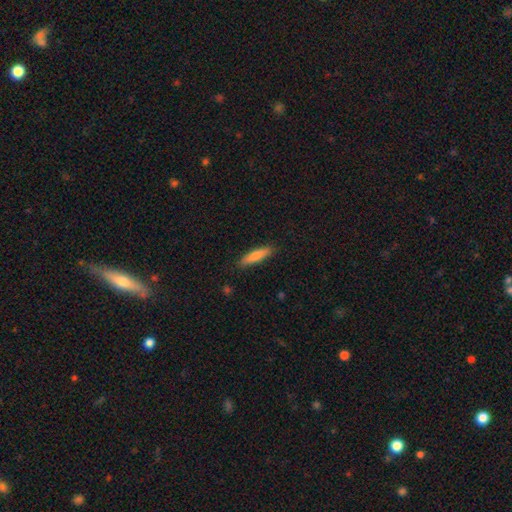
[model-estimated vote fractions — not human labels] smooth-or-featured: smooth: 78% | featured or disk: 16% | star or artifact: 6%
  how-rounded: cigar-shaped: 78% | in between: 21% | round: 1%
  merging: none: 86% | minor disturbance: 11% | major disturbance: 2% | merger: 1%